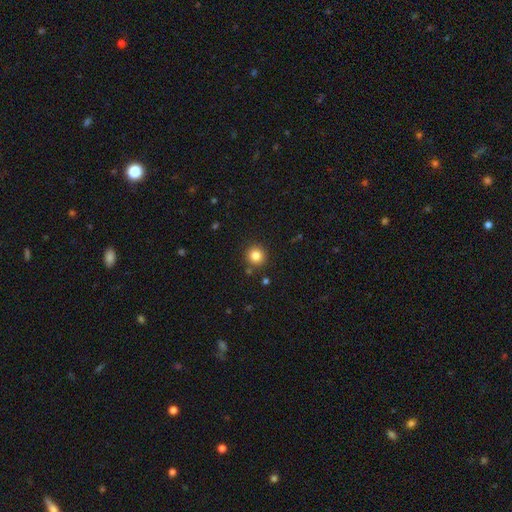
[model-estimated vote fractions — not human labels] Smooth or featured?
  - smooth: 84% *
  - star or artifact: 11%
  - featured or disk: 5%
How rounded?
  - round: 94% *
  - in between: 5%
  - cigar-shaped: 1%
Merging?
  - none: 88% *
  - minor disturbance: 7%
  - merger: 3%
  - major disturbance: 2%